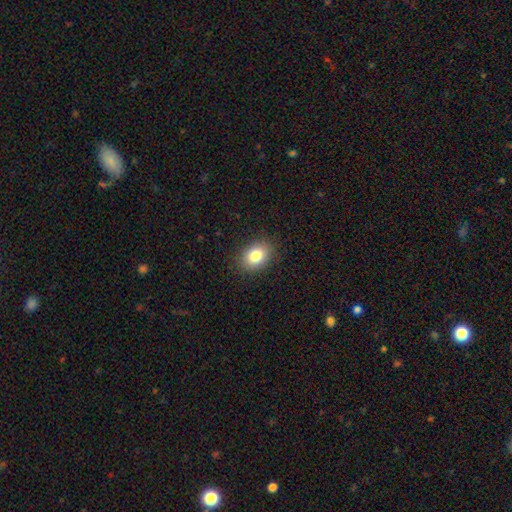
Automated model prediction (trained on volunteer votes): Q: Smooth or featured?
A: smooth (82%); runner-up: star or artifact (10%)
Q: How rounded?
A: in between (70%); runner-up: round (29%)
Q: Merging?
A: none (88%); runner-up: minor disturbance (8%)